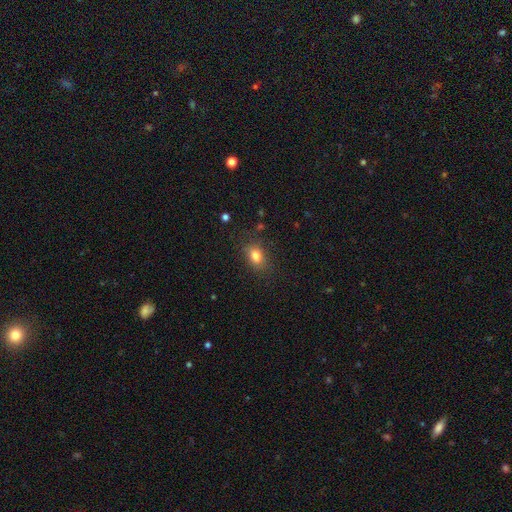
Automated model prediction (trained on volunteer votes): Q: Smooth or featured?
A: smooth (82%); runner-up: star or artifact (11%)
Q: How rounded?
A: in between (71%); runner-up: round (27%)
Q: Merging?
A: none (80%); runner-up: minor disturbance (14%)